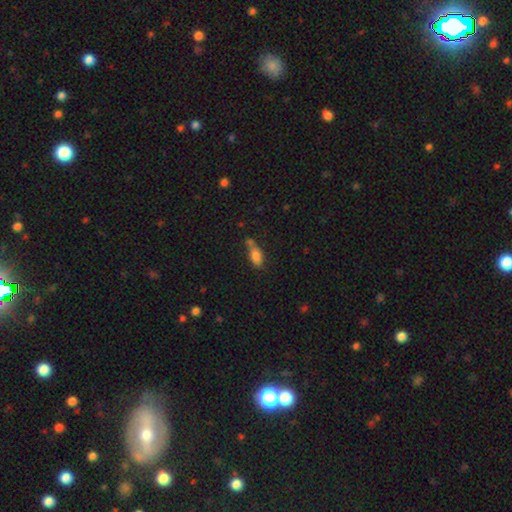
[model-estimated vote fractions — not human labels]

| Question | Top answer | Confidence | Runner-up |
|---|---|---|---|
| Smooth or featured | smooth | 81% | featured or disk (10%) |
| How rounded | in between | 85% | cigar-shaped (10%) |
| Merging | none | 43% | merger (25%) |